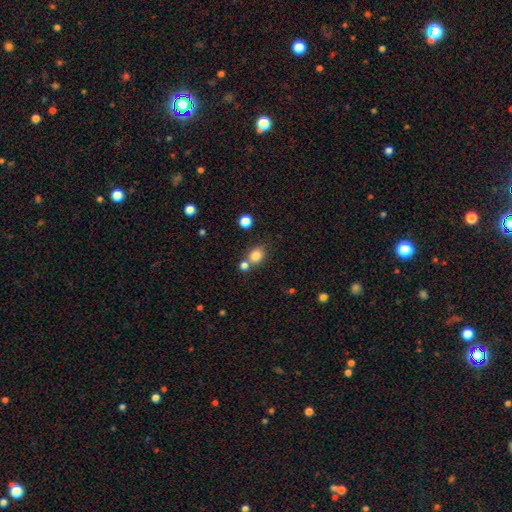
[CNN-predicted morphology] type=smooth (82%); roundness=round (68%); merging=none (62%).